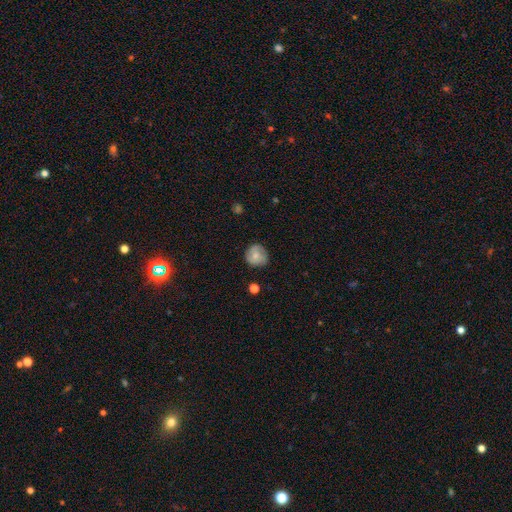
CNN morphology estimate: The model was most divided on "smooth or featured": smooth: 66%, featured or disk: 26%, star or artifact: 8%. More confident: how rounded — round (88%); merging — none (72%).